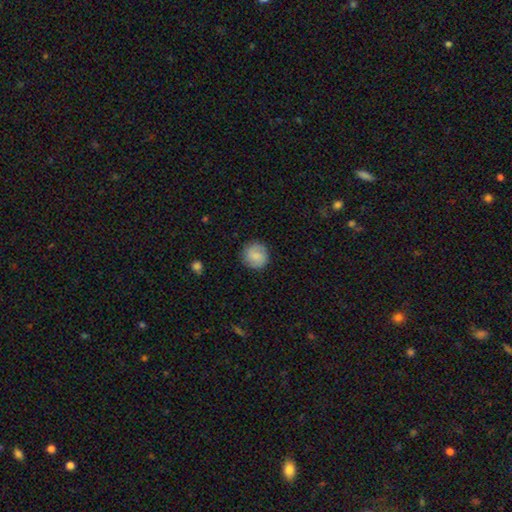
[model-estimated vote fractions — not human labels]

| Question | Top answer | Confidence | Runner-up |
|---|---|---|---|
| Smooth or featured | smooth | 72% | featured or disk (20%) |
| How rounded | round | 92% | in between (7%) |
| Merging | none | 87% | minor disturbance (9%) |